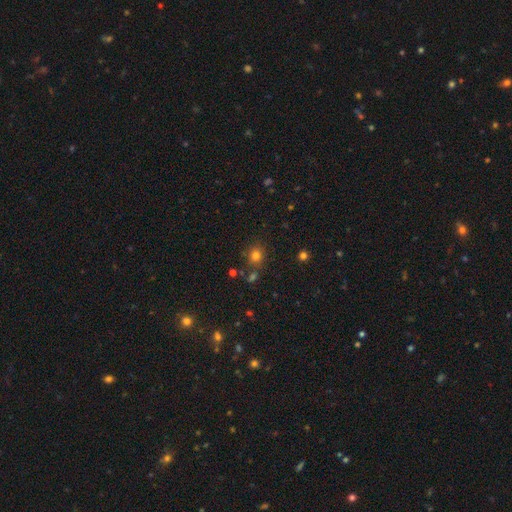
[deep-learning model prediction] Overall: smooth (76%). How rounded: round (76%). Merging: none (77%).